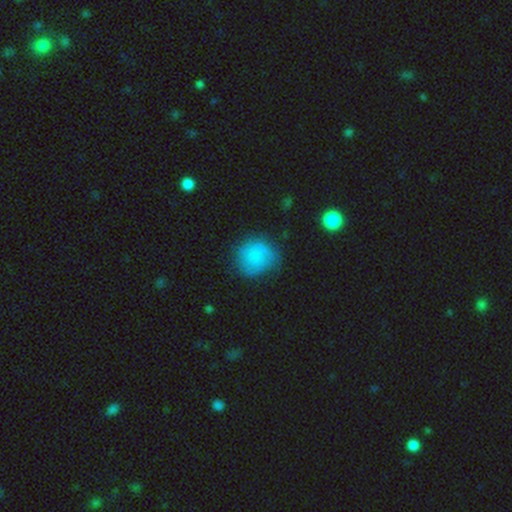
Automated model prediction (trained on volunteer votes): smooth_or_featured: smooth (p=0.64) [alt: featured or disk p=0.27]
how_rounded: round (p=0.83) [alt: in between p=0.16]
merging: none (p=0.58) [alt: minor disturbance p=0.28]